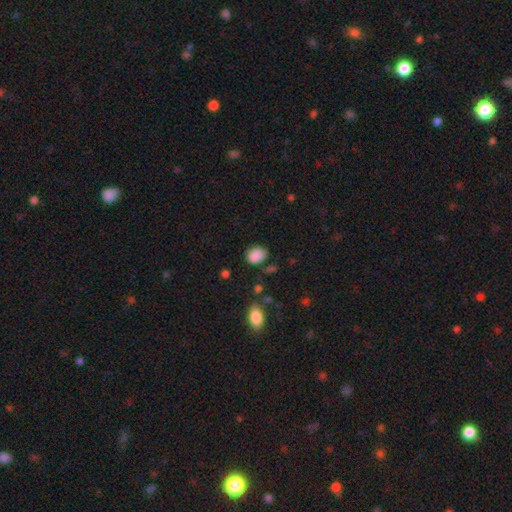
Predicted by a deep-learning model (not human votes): Morphology: type=smooth (87%); roundness=in between (66%); merging=none (68%).